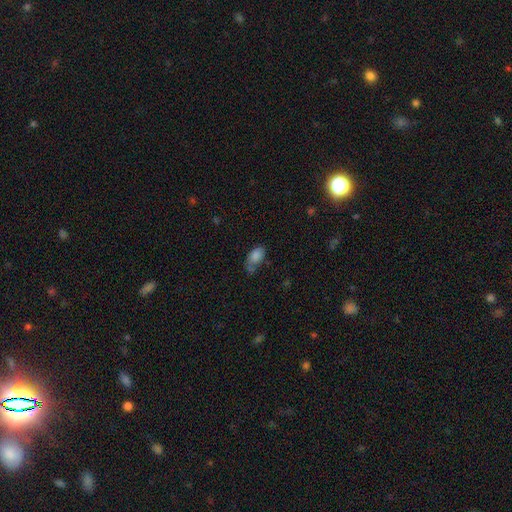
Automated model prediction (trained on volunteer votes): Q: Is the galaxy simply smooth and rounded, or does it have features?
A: smooth — 79%.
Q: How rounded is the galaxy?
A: in between — 91%.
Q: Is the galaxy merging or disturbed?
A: none — 41%.